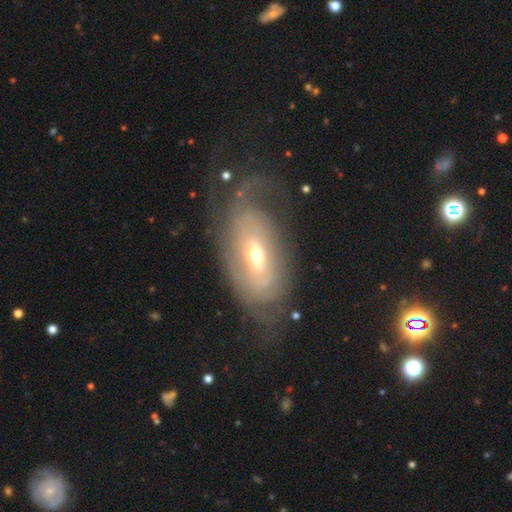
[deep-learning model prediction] Smooth or featured?
  - featured or disk: 70% *
  - smooth: 23%
  - star or artifact: 7%
Edge-on disk?
  - no: 91% *
  - yes: 9%
Bar?
  - no: 55% *
  - weak: 32%
  - strong: 13%
Spiral arms?
  - yes: 68% *
  - no: 32%
Bulge size?
  - moderate: 63% *
  - small: 29%
  - large: 6%
  - dominant: 1%
  - none: 1%
Merging?
  - none: 48% *
  - major disturbance: 27%
  - minor disturbance: 22%
  - merger: 2%